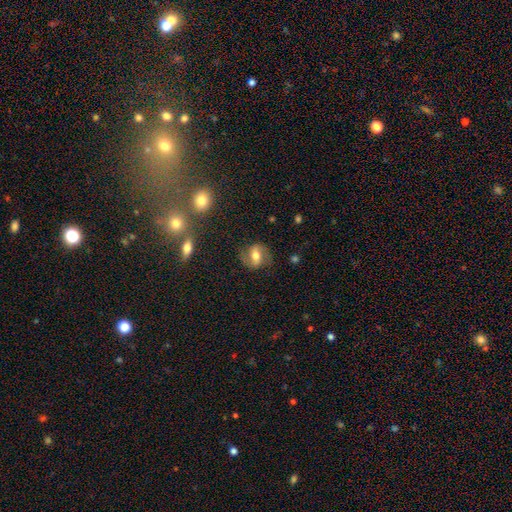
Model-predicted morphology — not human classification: Smooth or featured? Predicted: featured or disk (p=0.54). Edge-on disk? Predicted: no (p=0.94). Bar? Predicted: weak (p=0.40). Spiral arms? Predicted: yes (p=0.82). Bulge size? Predicted: moderate (p=0.67). Merging? Predicted: none (p=0.78).